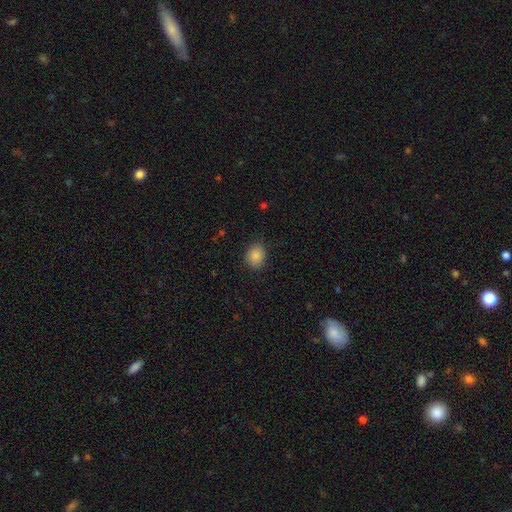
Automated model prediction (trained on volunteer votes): Q: Smooth or featured?
A: smooth (87%); runner-up: star or artifact (9%)
Q: How rounded?
A: round (57%); runner-up: in between (42%)
Q: Merging?
A: none (85%); runner-up: minor disturbance (11%)